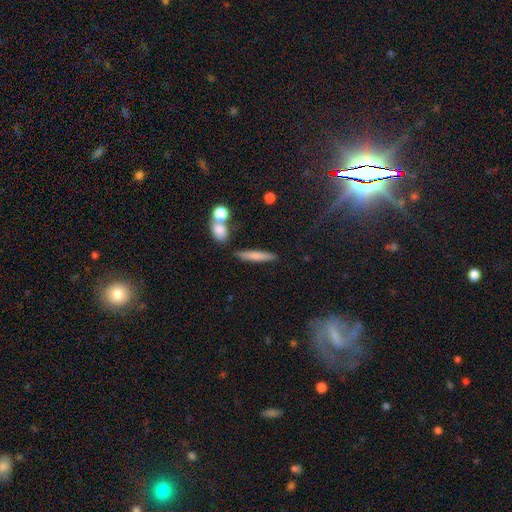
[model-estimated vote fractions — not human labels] smooth 73%, featured or disk 20%, star or artifact 7%. Down the decision tree: how rounded — cigar-shaped (87%); merging — none (80%).